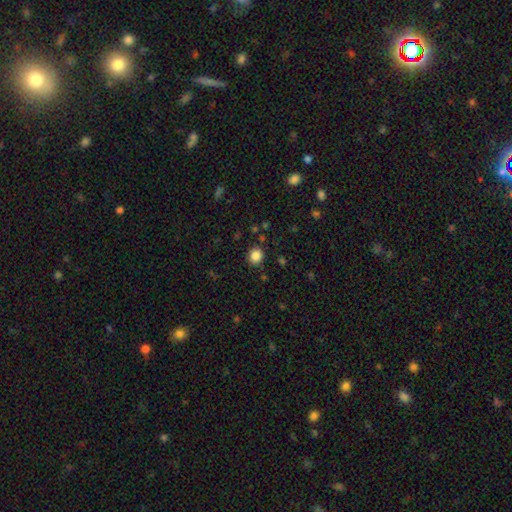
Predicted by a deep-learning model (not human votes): The model was most divided on "how rounded": round: 80%, in between: 19%, cigar-shaped: 1%. More confident: merging — none (86%); smooth or featured — smooth (85%).